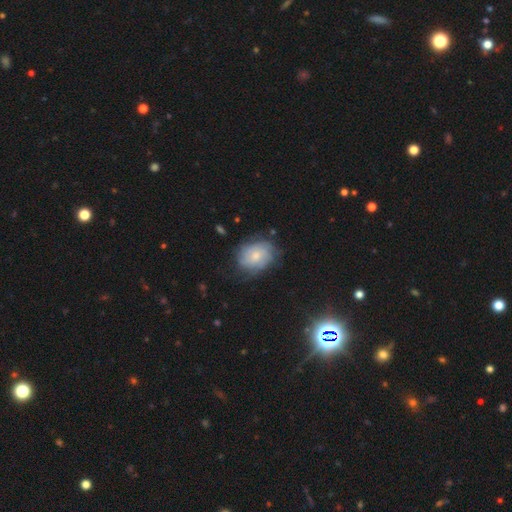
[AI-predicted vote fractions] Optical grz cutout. It shows a featured or disk galaxy (46%, tied with smooth). Merging: none (66%).